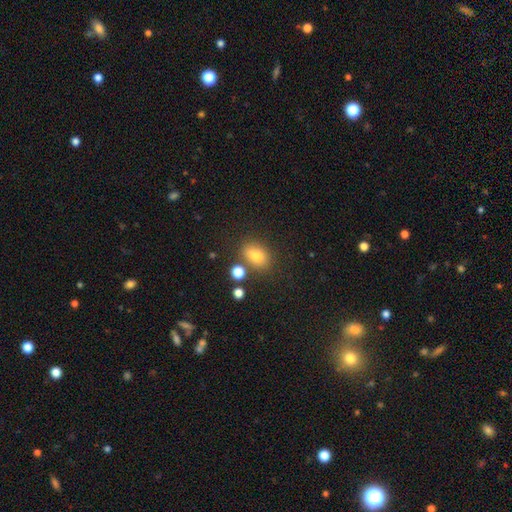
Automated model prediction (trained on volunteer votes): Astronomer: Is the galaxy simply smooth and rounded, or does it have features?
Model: smooth — 77%.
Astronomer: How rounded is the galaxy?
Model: in between — 74%.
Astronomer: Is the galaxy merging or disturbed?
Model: none — 72%.